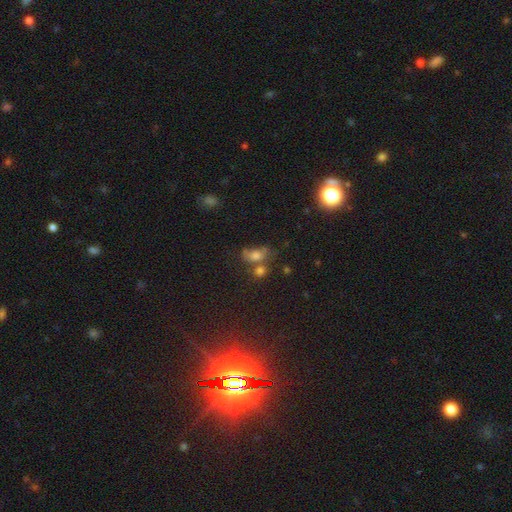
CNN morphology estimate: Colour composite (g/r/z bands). It shows a smooth galaxy with no disk features (67%) that is in between round and cigar-shaped (73%). Merging: none (34%).